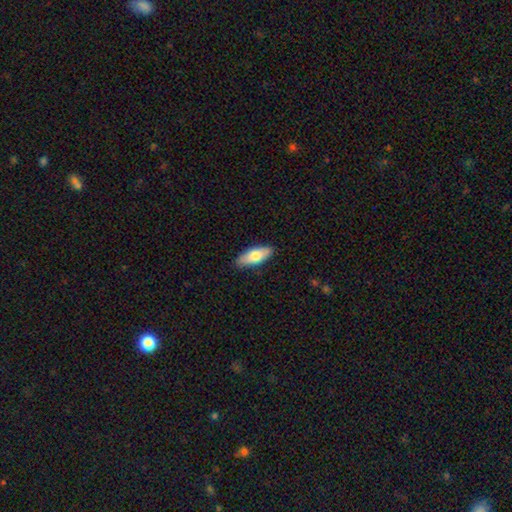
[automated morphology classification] type=smooth (75%); roundness=in between (76%); merging=none (88%).